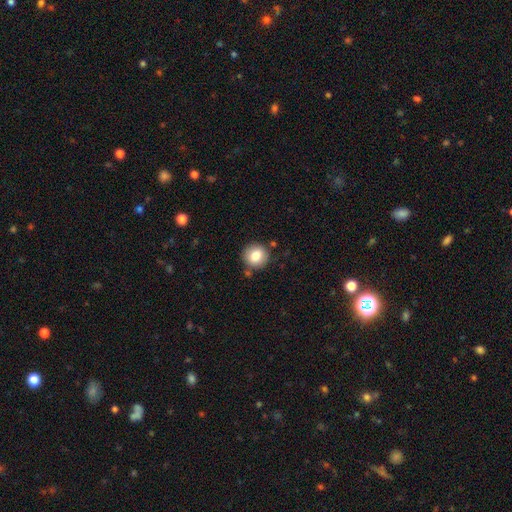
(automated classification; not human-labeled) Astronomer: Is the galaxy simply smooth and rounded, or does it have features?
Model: smooth — 82%.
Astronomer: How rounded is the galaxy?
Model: round — 92%.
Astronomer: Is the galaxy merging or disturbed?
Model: none — 85%.